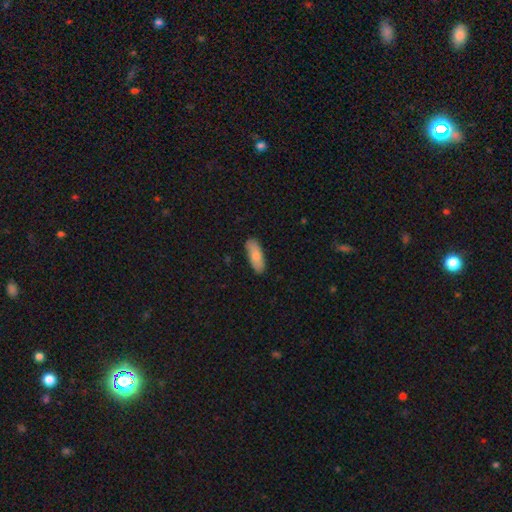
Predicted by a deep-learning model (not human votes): The model was most divided on "how rounded": in between: 73%, cigar-shaped: 25%, round: 2%. More confident: merging — none (85%); smooth or featured — smooth (82%).